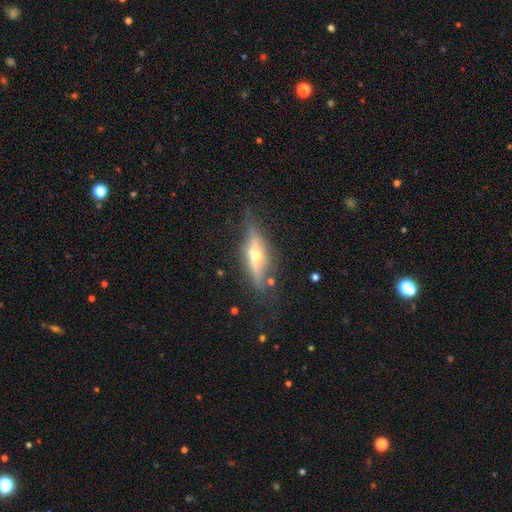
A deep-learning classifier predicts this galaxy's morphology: This is likely a featured or disk galaxy (73%). It is clearly viewed edge-on (90%). Edge-on bulge: clearly rounded (91%). Merging: likely none (72%).